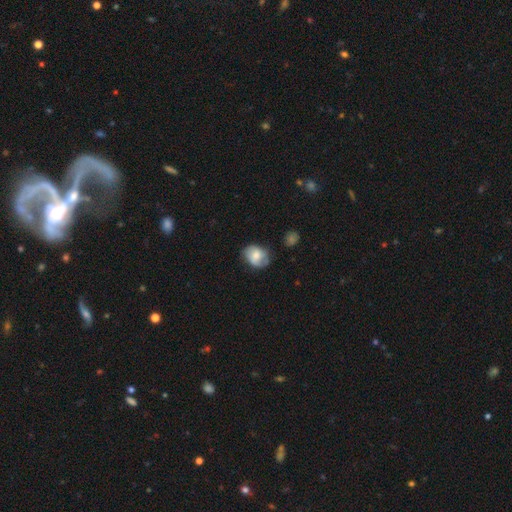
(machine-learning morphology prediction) Smooth or featured: smooth — 62% (featured or disk — 30%)
How rounded: in between — 52% (round — 47%)
Merging: none — 55% (minor disturbance — 31%)